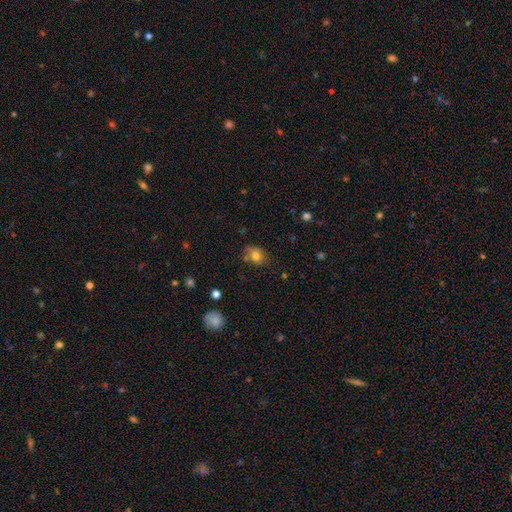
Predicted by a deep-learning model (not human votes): A smooth galaxy with no disk features (78%) that is round (50%).

Vote fractions:
- Smooth or featured? smooth: 78% / star or artifact: 12% / featured or disk: 10%
- How rounded? round: 50% / in between: 49% / cigar-shaped: 1%
- Merging? none: 66% / minor disturbance: 21% / merger: 9% / major disturbance: 5%